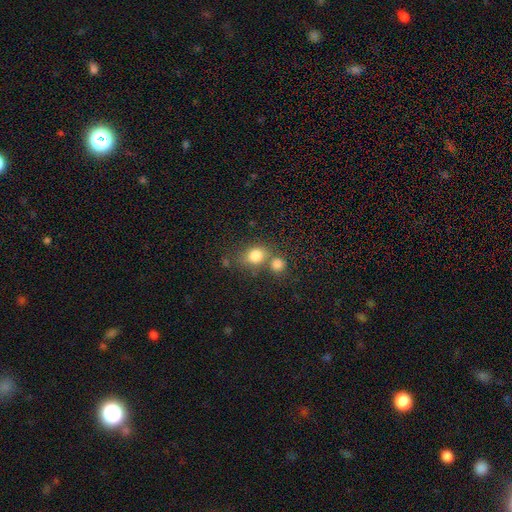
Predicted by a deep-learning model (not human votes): The model was most divided on "how rounded": round: 57%, in between: 42%, cigar-shaped: 1%. More confident: smooth or featured — smooth (79%); merging — none (52%).